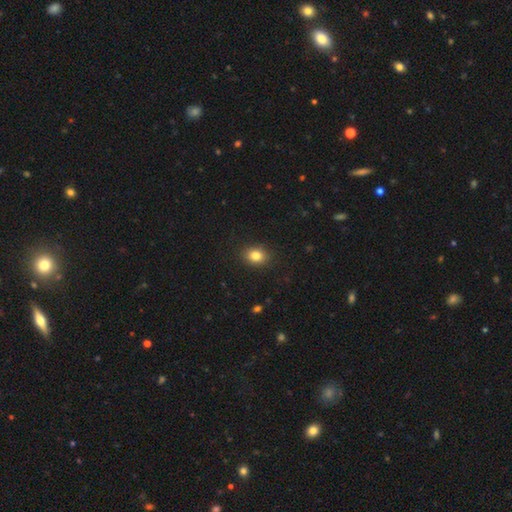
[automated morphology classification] This is clearly a smooth galaxy (83%). How rounded: possibly in between (53%). Merging: clearly none (89%).